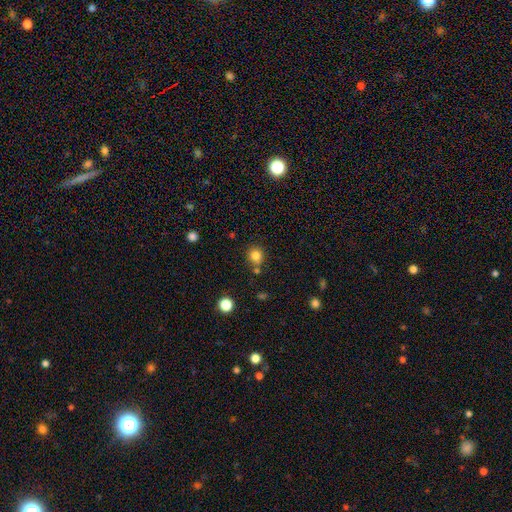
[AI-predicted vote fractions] A smooth galaxy with no disk features (81%) that is round (86%).

Vote fractions:
- Smooth or featured? smooth: 81% / star or artifact: 13% / featured or disk: 6%
- How rounded? round: 86% / in between: 13% / cigar-shaped: 1%
- Merging? none: 74% / merger: 12% / minor disturbance: 11% / major disturbance: 3%